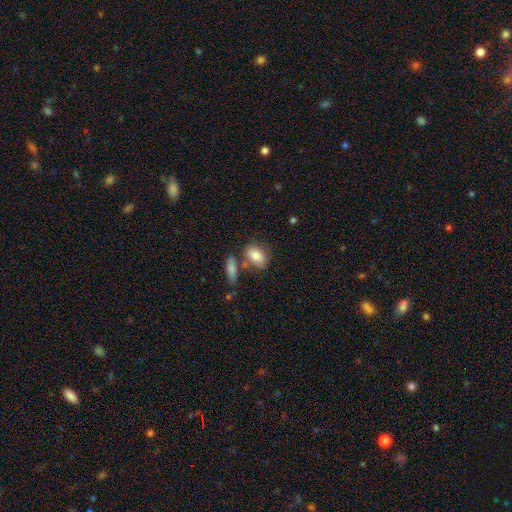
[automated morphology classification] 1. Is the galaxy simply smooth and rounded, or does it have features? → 81% smooth, 12% featured or disk, 7% star or artifact.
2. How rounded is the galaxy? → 84% in between, 13% round, 3% cigar-shaped.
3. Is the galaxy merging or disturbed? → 62% none, 20% merger, 14% minor disturbance, 4% major disturbance.